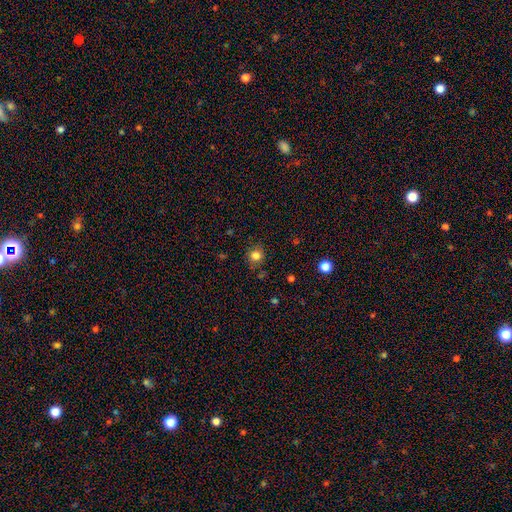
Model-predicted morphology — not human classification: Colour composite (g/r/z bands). It shows a smooth galaxy with no disk features (82%) that is round (86%). Merging: none (82%).